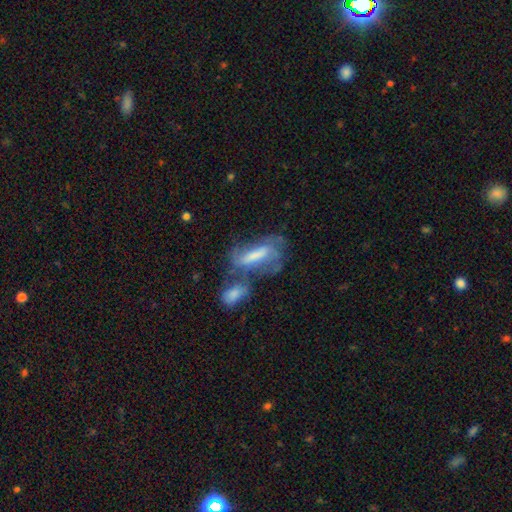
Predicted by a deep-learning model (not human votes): Smooth or featured? featured or disk (52%)
Edge-on disk? no (83%)
Merging? merger (40%)